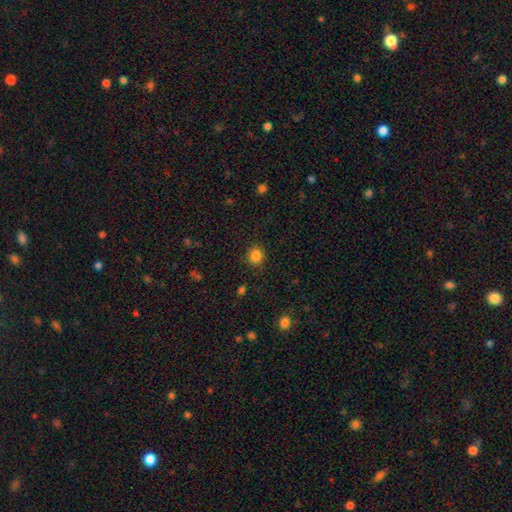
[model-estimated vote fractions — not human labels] Smooth or featured: smooth — 85% (star or artifact — 11%)
How rounded: round — 82% (in between — 17%)
Merging: none — 89% (minor disturbance — 7%)